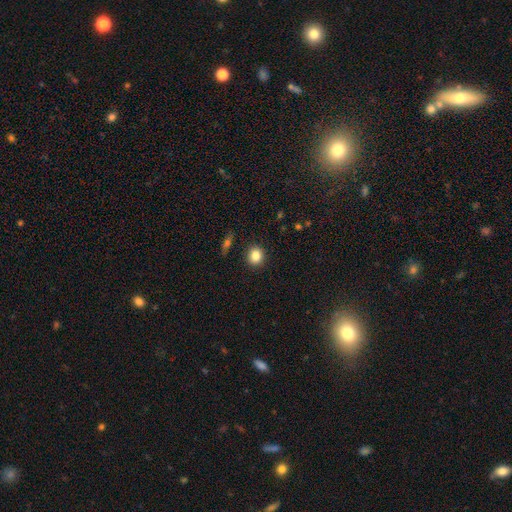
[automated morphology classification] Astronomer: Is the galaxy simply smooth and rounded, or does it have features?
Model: smooth — 83%.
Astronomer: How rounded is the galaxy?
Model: round — 83%.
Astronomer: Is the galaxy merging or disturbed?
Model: none — 90%.